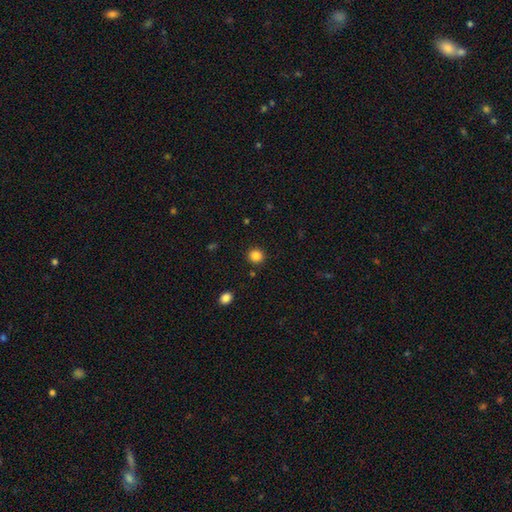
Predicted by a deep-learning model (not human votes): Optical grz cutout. It shows a smooth galaxy with no disk features (85%) that is round (90%). Merging: none (90%).